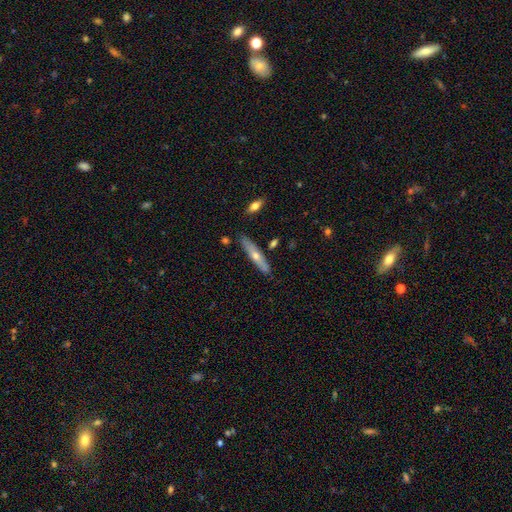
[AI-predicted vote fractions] smooth-or-featured: featured or disk: 52% | smooth: 42% | star or artifact: 7%
  disk-edge-on: yes: 86% | no: 14%
  merging: none: 84% | minor disturbance: 11% | merger: 3% | major disturbance: 2%